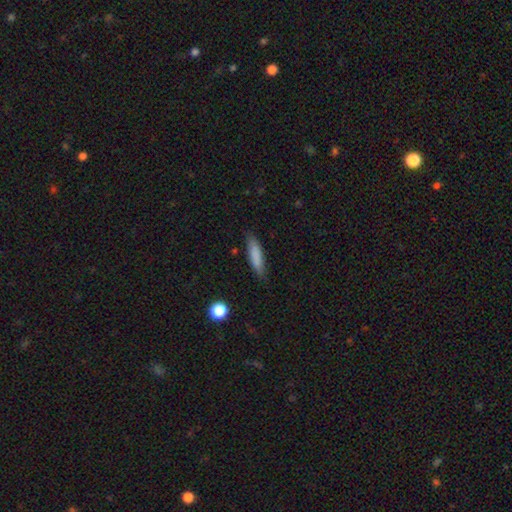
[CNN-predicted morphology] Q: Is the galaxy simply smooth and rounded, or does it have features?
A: smooth — 82%.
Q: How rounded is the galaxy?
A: cigar-shaped — 71%.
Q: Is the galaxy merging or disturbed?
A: none — 82%.